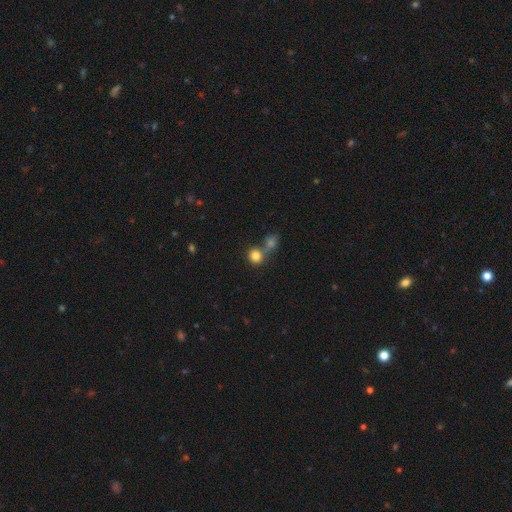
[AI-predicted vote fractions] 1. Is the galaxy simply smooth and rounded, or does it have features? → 82% smooth, 11% star or artifact, 7% featured or disk.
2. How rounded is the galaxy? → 85% round, 13% in between, 1% cigar-shaped.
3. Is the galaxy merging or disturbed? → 52% none, 37% merger, 8% minor disturbance, 3% major disturbance.